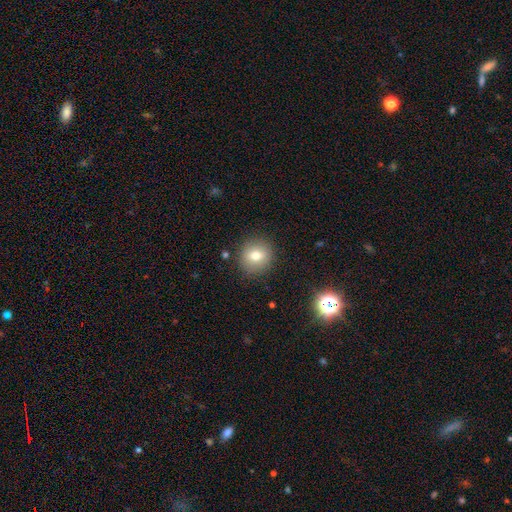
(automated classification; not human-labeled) This is likely a smooth galaxy (74%). How rounded: clearly round (89%). Merging: clearly none (88%).